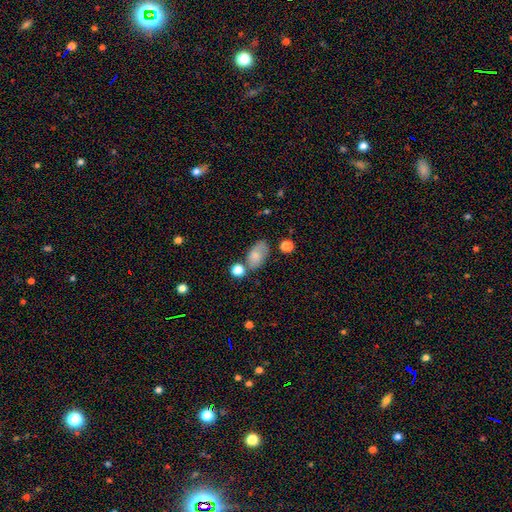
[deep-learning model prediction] Smooth or featured? Predicted: smooth (p=0.76). How rounded? Predicted: in between (p=0.90). Merging? Predicted: none (p=0.61).